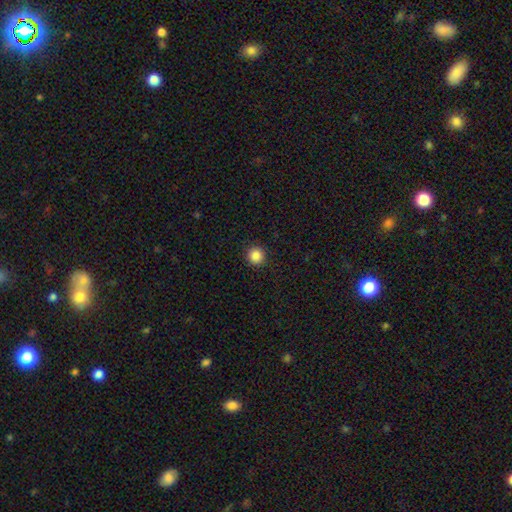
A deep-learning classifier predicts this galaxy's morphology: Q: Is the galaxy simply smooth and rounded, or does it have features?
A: smooth — 87%.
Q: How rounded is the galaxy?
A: round — 95%.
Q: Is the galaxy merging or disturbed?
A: none — 92%.